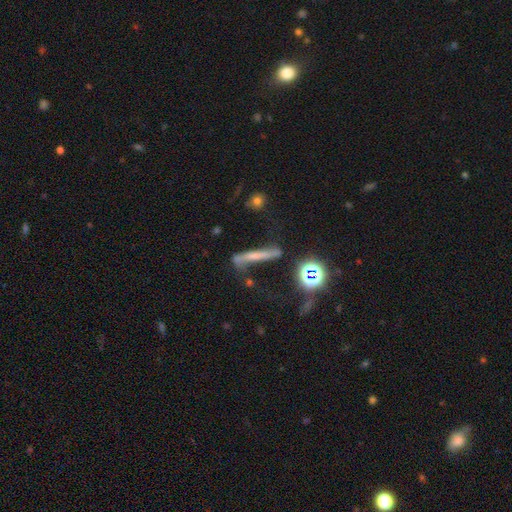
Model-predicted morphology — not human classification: This appears to be a smooth galaxy with no disk features (40%). Merging: none (53%).